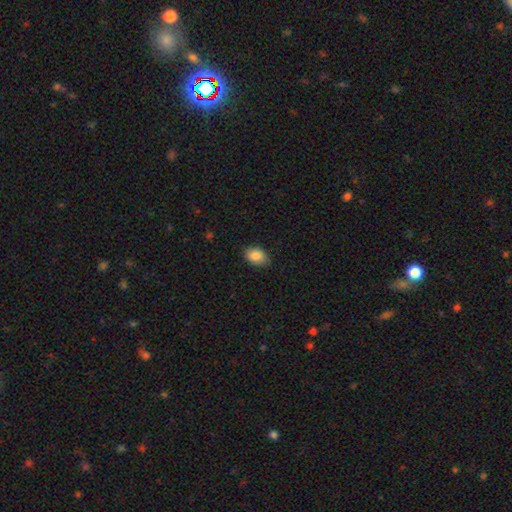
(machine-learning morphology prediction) Smooth or featured?
  - smooth: 86% *
  - star or artifact: 8%
  - featured or disk: 6%
How rounded?
  - in between: 83% *
  - round: 16%
  - cigar-shaped: 1%
Merging?
  - none: 83% *
  - minor disturbance: 14%
  - major disturbance: 2%
  - merger: 1%